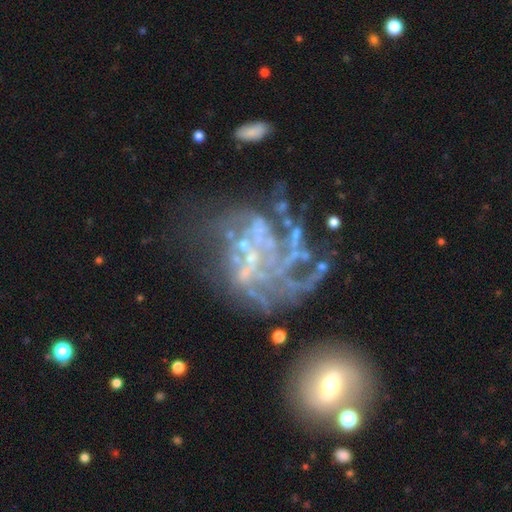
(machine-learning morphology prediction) type=featured or disk (75%); edge-on=no (98%); bar=no (73%); spiral arms=yes (52%); bulge=none (60%); merging=major disturbance (43%).